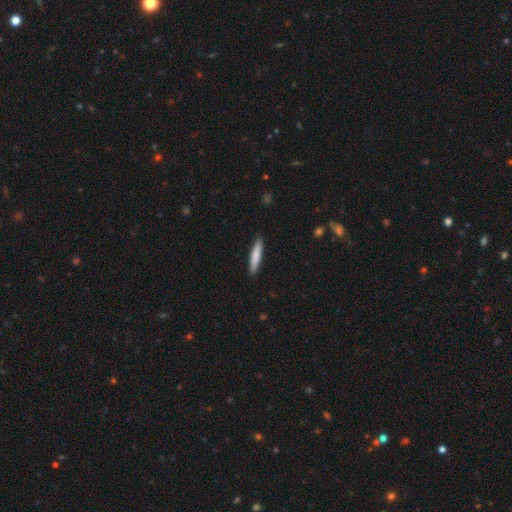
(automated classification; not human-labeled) smooth-or-featured: smooth: 80% | featured or disk: 15% | star or artifact: 5%
  how-rounded: cigar-shaped: 89% | in between: 10% | round: 1%
  merging: none: 89% | minor disturbance: 8% | major disturbance: 2% | merger: 1%